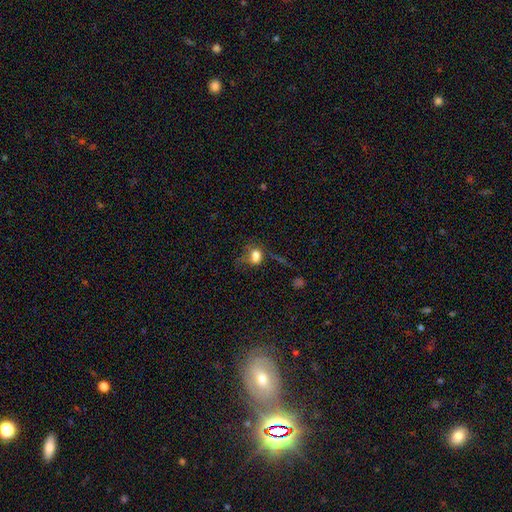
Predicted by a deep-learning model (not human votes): The model was most divided on "merging": none: 37%, major disturbance: 29%, minor disturbance: 23%, merger: 11%. More confident: smooth or featured — smooth (68%); how rounded — in between (57%).